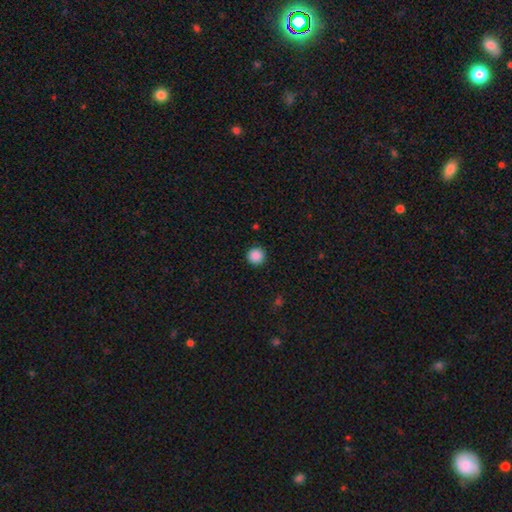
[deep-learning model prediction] This appears to be a smooth galaxy with no disk features (88%) that is round (95%). Merging: none (92%).